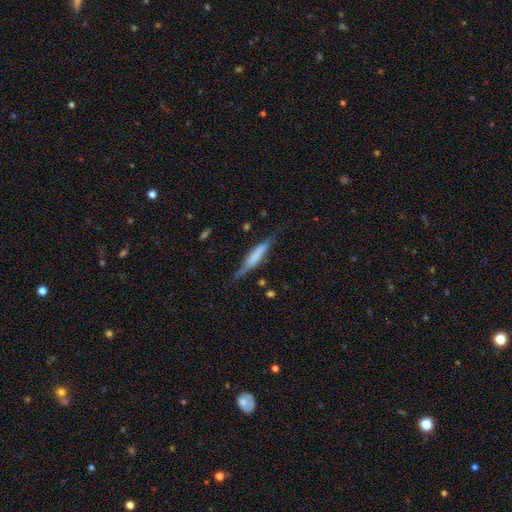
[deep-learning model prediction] Smooth or featured? Predicted: smooth (p=0.48). Merging? Predicted: none (p=0.69).